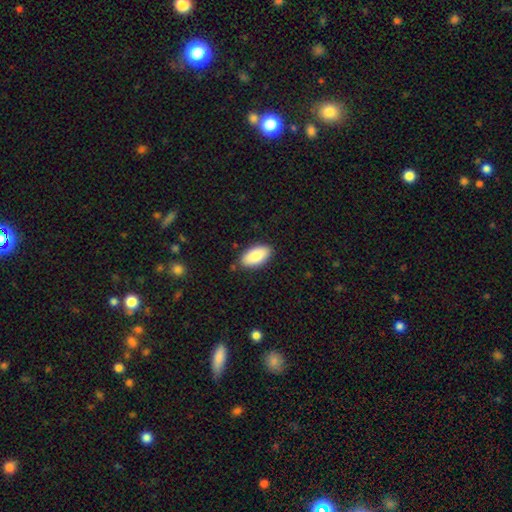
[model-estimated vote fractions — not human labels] smooth 84%, featured or disk 10%, star or artifact 6%. Down the decision tree: how rounded — in between (94%); merging — none (85%).